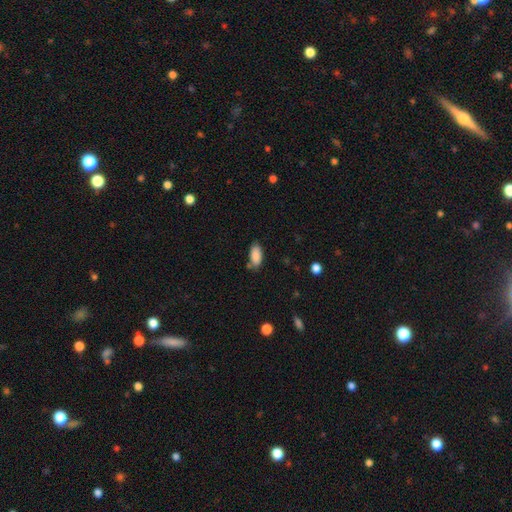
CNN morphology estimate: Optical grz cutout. It shows a smooth galaxy with no disk features (88%) that is in between round and cigar-shaped (90%). Merging: none (74%).